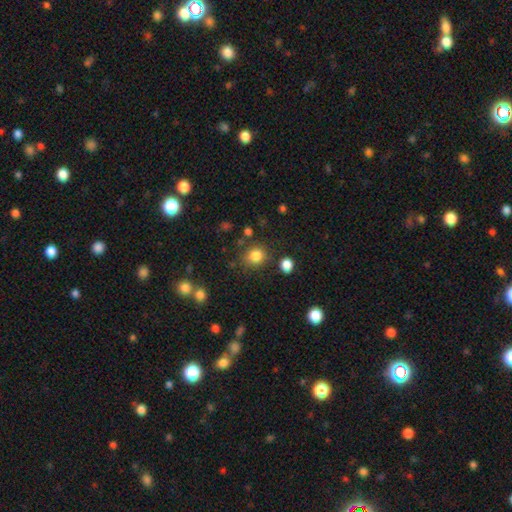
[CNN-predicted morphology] A smooth galaxy with no disk features (83%) that is round (78%). Merging: none (77%).